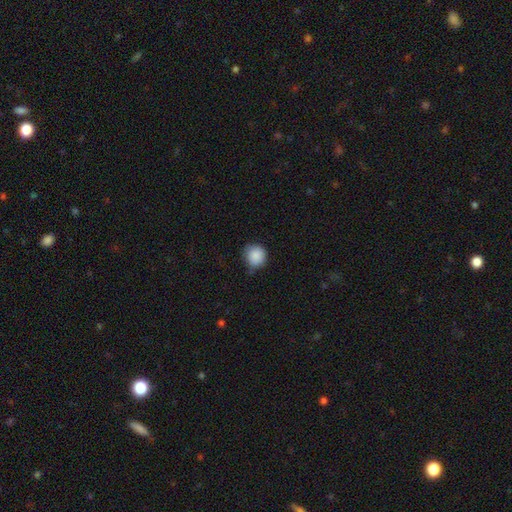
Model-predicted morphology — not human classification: A smooth galaxy with no disk features (88%) that is round (91%).

Vote fractions:
- Smooth or featured? smooth: 88% / star or artifact: 8% / featured or disk: 4%
- How rounded? round: 91% / in between: 8% / cigar-shaped: 1%
- Merging? none: 71% / minor disturbance: 23% / major disturbance: 4% / merger: 2%